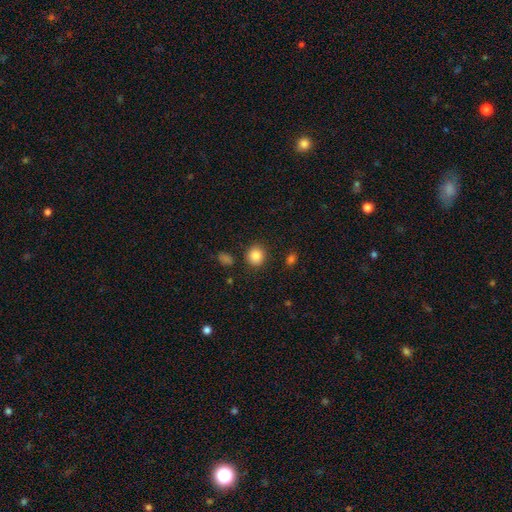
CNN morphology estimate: Q: Smooth or featured?
A: smooth (87%); runner-up: star or artifact (9%)
Q: How rounded?
A: round (85%); runner-up: in between (14%)
Q: Merging?
A: none (87%); runner-up: minor disturbance (7%)